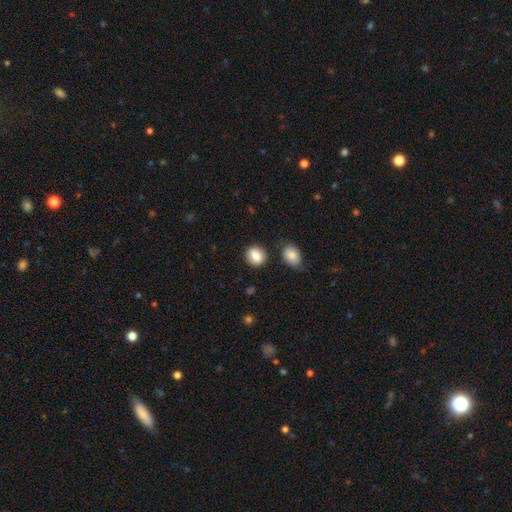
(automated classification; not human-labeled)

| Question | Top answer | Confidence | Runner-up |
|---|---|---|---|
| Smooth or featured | smooth | 84% | star or artifact (8%) |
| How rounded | round | 59% | in between (40%) |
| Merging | none | 81% | minor disturbance (11%) |